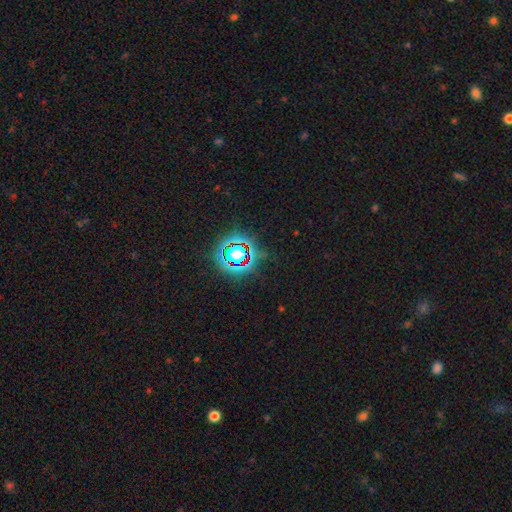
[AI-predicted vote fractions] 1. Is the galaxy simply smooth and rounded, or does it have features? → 80% star or artifact, 12% smooth, 8% featured or disk.